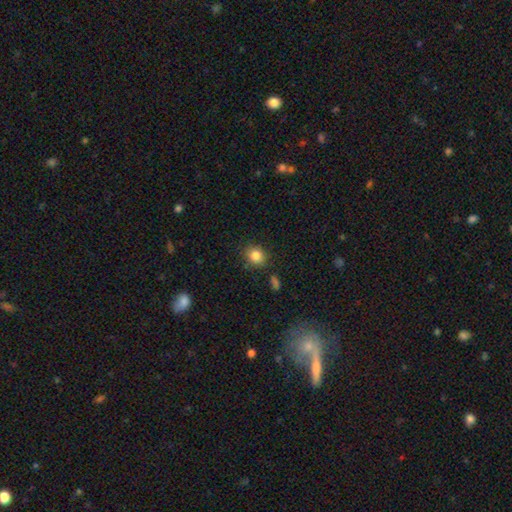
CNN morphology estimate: A smooth galaxy with no disk features (84%) that is round (72%).

Vote fractions:
- Smooth or featured? smooth: 84% / star or artifact: 10% / featured or disk: 6%
- How rounded? round: 72% / in between: 27% / cigar-shaped: 1%
- Merging? none: 83% / minor disturbance: 11% / major disturbance: 3% / merger: 3%